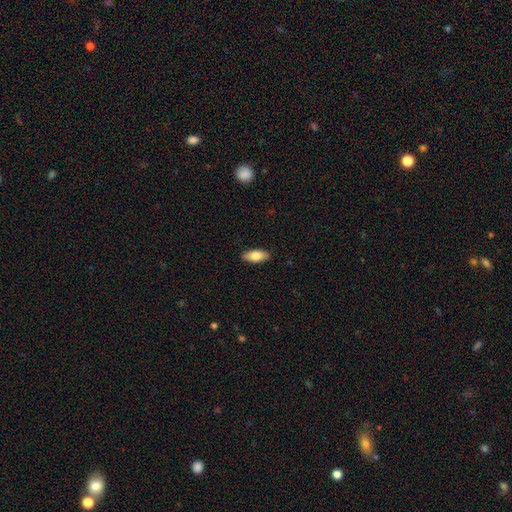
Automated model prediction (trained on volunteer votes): This is likely a smooth galaxy (77%). How rounded: clearly in between (84%). Merging: clearly none (89%).